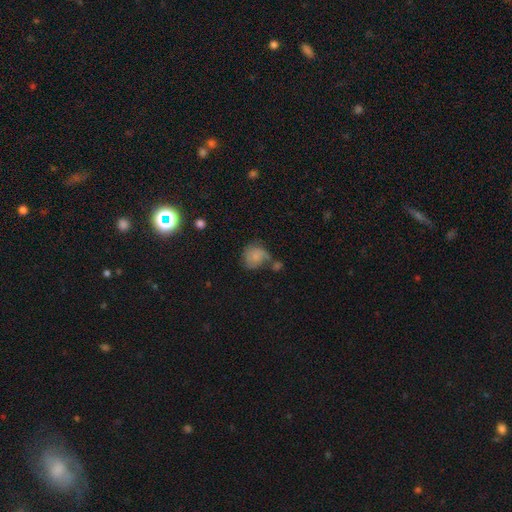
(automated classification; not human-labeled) Smooth or featured? smooth (69%)
How rounded? round (72%)
Merging? none (39%)